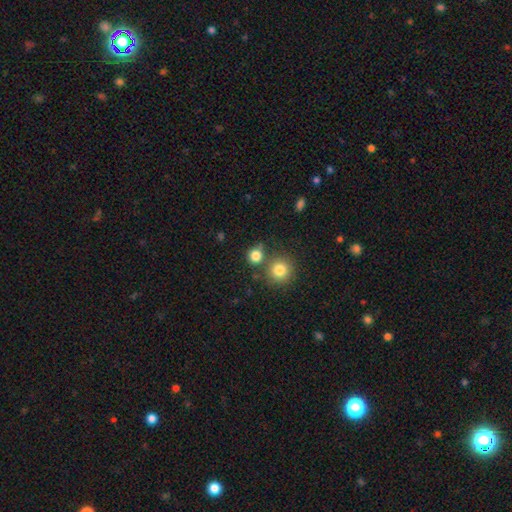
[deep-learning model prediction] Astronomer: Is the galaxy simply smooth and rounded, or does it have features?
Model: smooth — 83%.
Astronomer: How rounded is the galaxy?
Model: round — 85%.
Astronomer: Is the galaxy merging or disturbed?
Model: none — 66%.